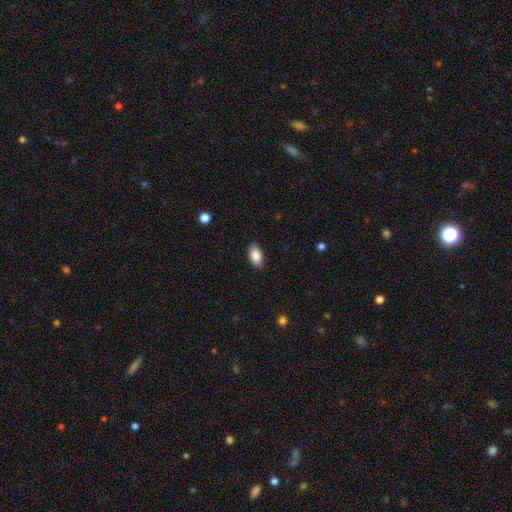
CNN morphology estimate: smooth 88%, star or artifact 7%, featured or disk 5%. Down the decision tree: how rounded — in between (93%); merging — none (87%).